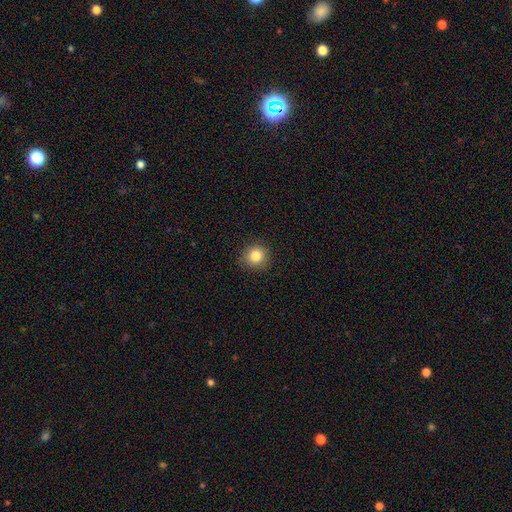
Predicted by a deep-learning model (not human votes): smooth-or-featured: smooth: 83% | star or artifact: 11% | featured or disk: 6%
  how-rounded: round: 90% | in between: 9% | cigar-shaped: 1%
  merging: none: 87% | minor disturbance: 9% | major disturbance: 2% | merger: 1%